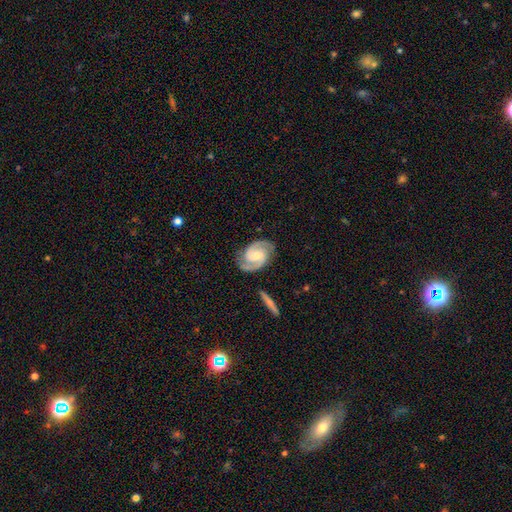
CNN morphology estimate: featured or disk 90%, smooth 6%, star or artifact 4%. Down the decision tree: edge-on disk — no (98%); bar — weak (49%); spiral arms — yes (98%); spiral arm count — 2 (93%); spiral winding — medium (54%); bulge size — moderate (48%); merging — none (84%).